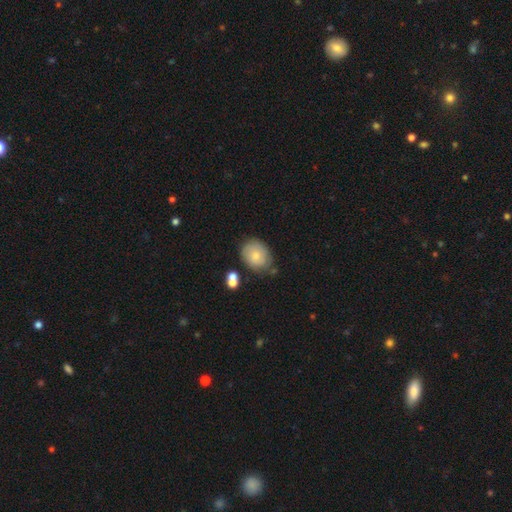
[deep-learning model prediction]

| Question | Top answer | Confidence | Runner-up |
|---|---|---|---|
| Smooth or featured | smooth | 72% | featured or disk (20%) |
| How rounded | in between | 54% | round (45%) |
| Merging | none | 65% | minor disturbance (22%) |